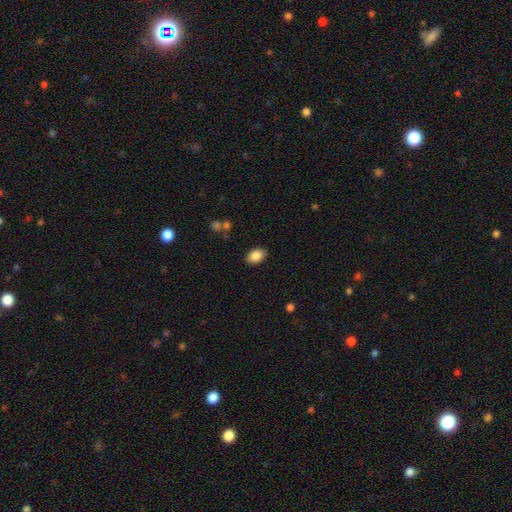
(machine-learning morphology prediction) smooth-or-featured: smooth: 87% | star or artifact: 8% | featured or disk: 6%
  how-rounded: in between: 85% | round: 14% | cigar-shaped: 1%
  merging: none: 87% | minor disturbance: 9% | major disturbance: 2% | merger: 1%